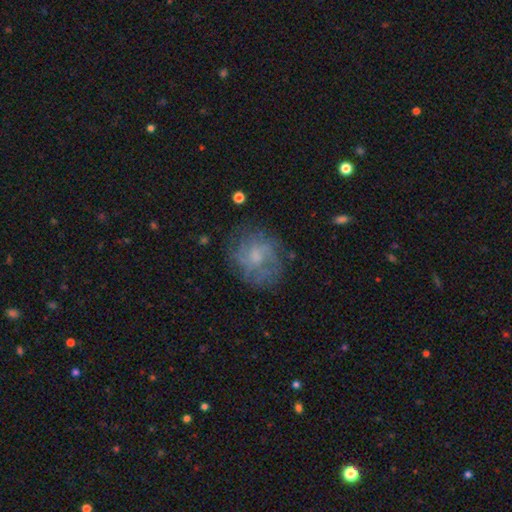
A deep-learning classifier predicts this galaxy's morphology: smooth-or-featured: featured or disk: 53% | smooth: 35% | star or artifact: 12%
  disk-edge-on: no: 97% | yes: 3%
    bar: no: 69% | weak: 28% | strong: 4%
    has-spiral-arms: yes: 67% | no: 33%
    bulge-size: small: 42% | moderate: 37% | none: 16% | large: 3% | dominant: 1%
  merging: none: 71% | minor disturbance: 18% | major disturbance: 10% | merger: 2%